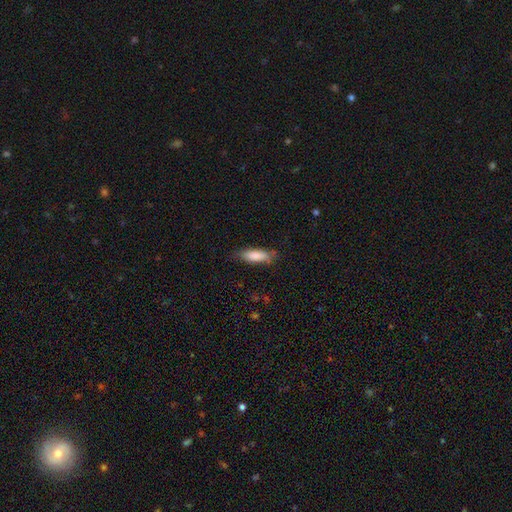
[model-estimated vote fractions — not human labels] Q: Smooth or featured?
A: smooth (83%); runner-up: featured or disk (11%)
Q: How rounded?
A: in between (57%); runner-up: cigar-shaped (42%)
Q: Merging?
A: none (71%); runner-up: minor disturbance (22%)